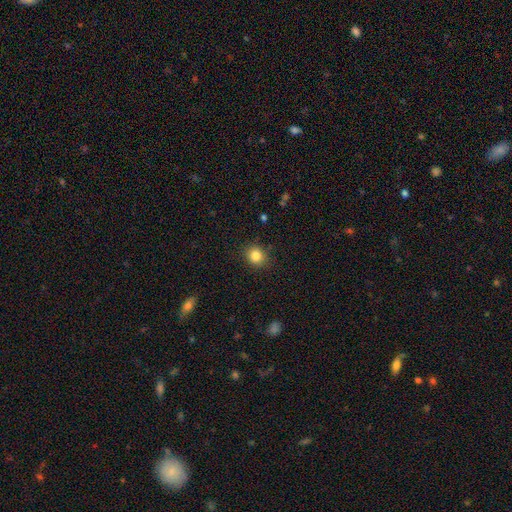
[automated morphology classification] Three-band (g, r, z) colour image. It shows a smooth galaxy with no disk features (84%) that is round (81%). Merging: none (88%).